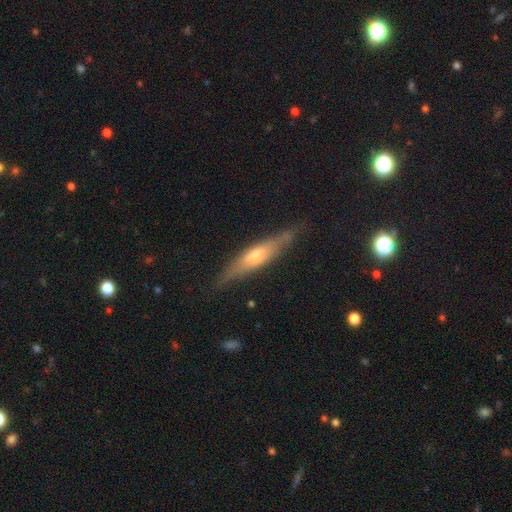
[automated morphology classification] type=featured or disk (58%); edge-on=yes (88%); edge-on bulge=rounded (75%); merging=none (81%).